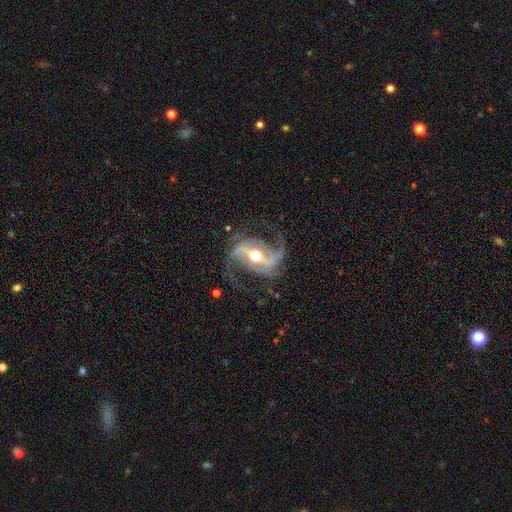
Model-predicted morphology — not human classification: Q: Smooth or featured?
A: featured or disk (91%); runner-up: star or artifact (5%)
Q: Edge-on disk?
A: no (96%); runner-up: yes (4%)
Q: Bar?
A: strong (60%); runner-up: weak (28%)
Q: Spiral arms?
A: yes (97%); runner-up: no (3%)
Q: Spiral winding?
A: loose (50%); runner-up: medium (41%)
Q: Spiral arm count?
A: 2 (89%); runner-up: 3 (4%)
Q: Bulge size?
A: moderate (72%); runner-up: small (18%)
Q: Merging?
A: none (71%); runner-up: minor disturbance (15%)